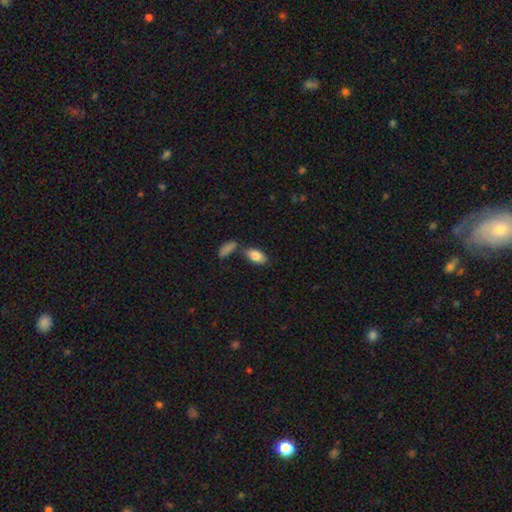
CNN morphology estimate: Q: Smooth or featured?
A: smooth (84%); runner-up: featured or disk (9%)
Q: How rounded?
A: in between (92%); runner-up: cigar-shaped (5%)
Q: Merging?
A: none (64%); runner-up: merger (19%)